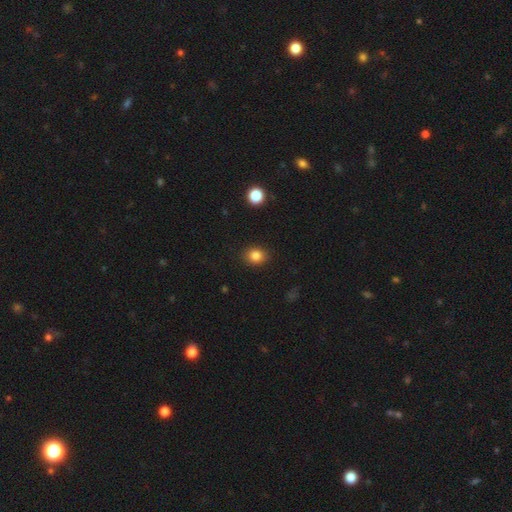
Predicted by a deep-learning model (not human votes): smooth-or-featured: smooth: 84% | star or artifact: 11% | featured or disk: 5%
  how-rounded: round: 67% | in between: 32% | cigar-shaped: 1%
  merging: none: 90% | minor disturbance: 7% | major disturbance: 2% | merger: 1%